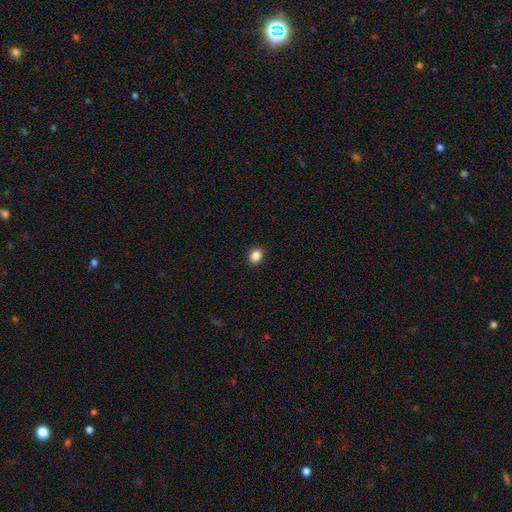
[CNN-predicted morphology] smooth-or-featured: smooth: 87% | star or artifact: 10% | featured or disk: 3%
  how-rounded: round: 50% | in between: 49% | cigar-shaped: 1%
  merging: none: 91% | minor disturbance: 7% | major disturbance: 2% | merger: 1%